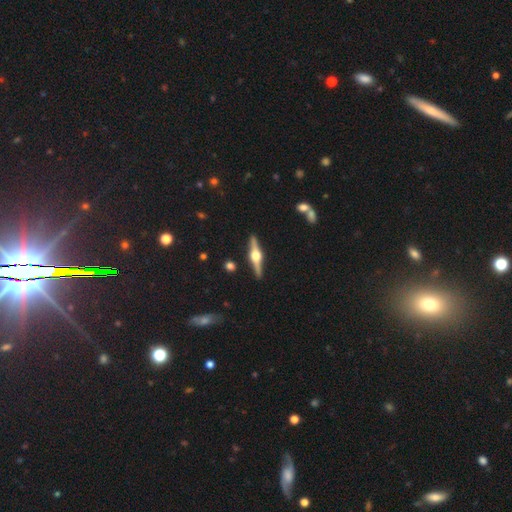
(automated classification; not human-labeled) Overall: featured or disk (82%). Edge-on disk: yes (98%). Edge-on bulge: rounded (96%). Merging: none (91%).